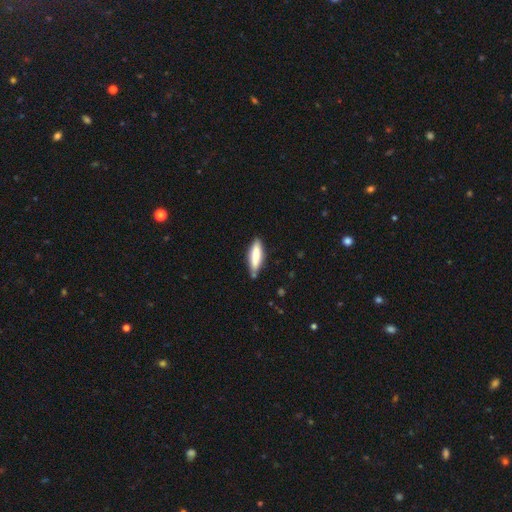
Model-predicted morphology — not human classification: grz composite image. It shows a smooth galaxy with no disk features (81%) that is cigar-shaped (61%). Merging: none (79%).